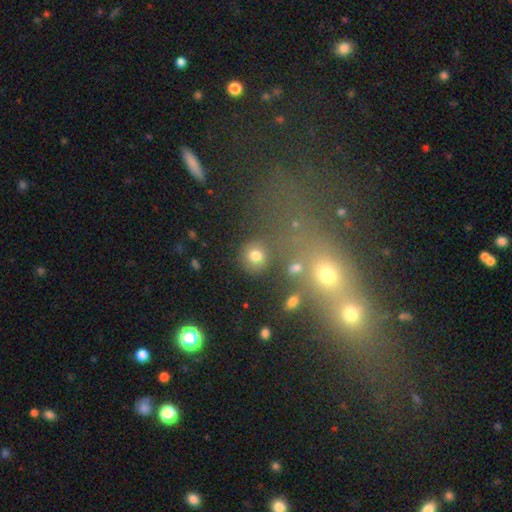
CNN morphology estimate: Smooth or featured: smooth — 76% (star or artifact — 15%)
How rounded: round — 87% (in between — 11%)
Merging: none — 79% (minor disturbance — 9%)